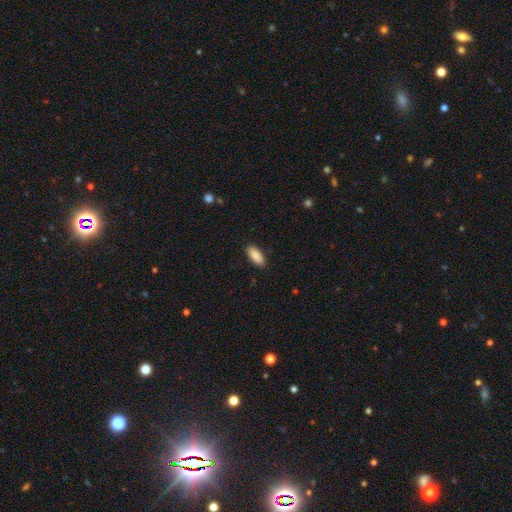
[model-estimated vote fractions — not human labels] Smooth or featured: smooth — 89% (star or artifact — 6%)
How rounded: in between — 83% (cigar-shaped — 15%)
Merging: none — 89% (minor disturbance — 8%)